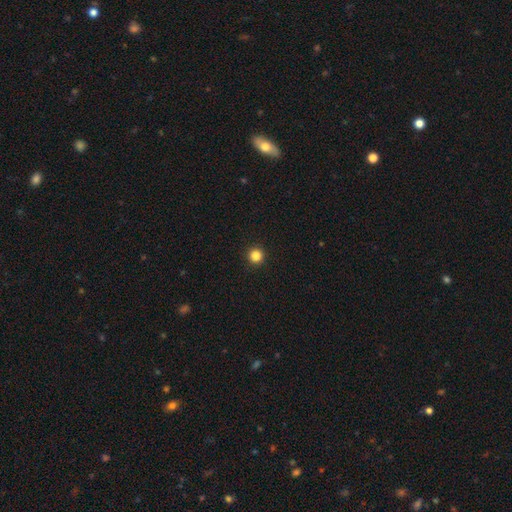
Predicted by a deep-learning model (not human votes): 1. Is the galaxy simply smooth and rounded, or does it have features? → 84% smooth, 12% star or artifact, 3% featured or disk.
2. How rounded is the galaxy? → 96% round, 3% in between, 1% cigar-shaped.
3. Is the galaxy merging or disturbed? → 94% none, 4% minor disturbance, 1% major disturbance, 1% merger.